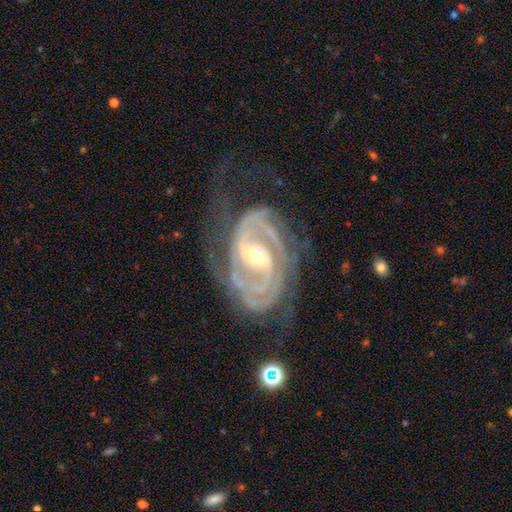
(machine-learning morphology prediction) Smooth or featured? Predicted: featured or disk (p=0.92). Edge-on disk? Predicted: no (p=0.97). Bar? Predicted: weak (p=0.42). Spiral arms? Predicted: yes (p=0.98). Spiral winding? Predicted: tight (p=0.60). Spiral arm count? Predicted: 2 (p=0.54). Bulge size? Predicted: moderate (p=0.48, tied with small). Merging? Predicted: none (p=0.59).